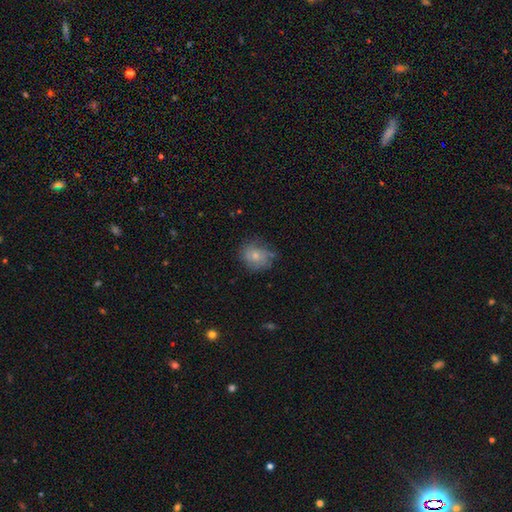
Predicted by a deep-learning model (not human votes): The model was most divided on "merging": none: 65%, minor disturbance: 24%, major disturbance: 8%, merger: 2%. More confident: how rounded — round (71%); smooth or featured — smooth (66%).